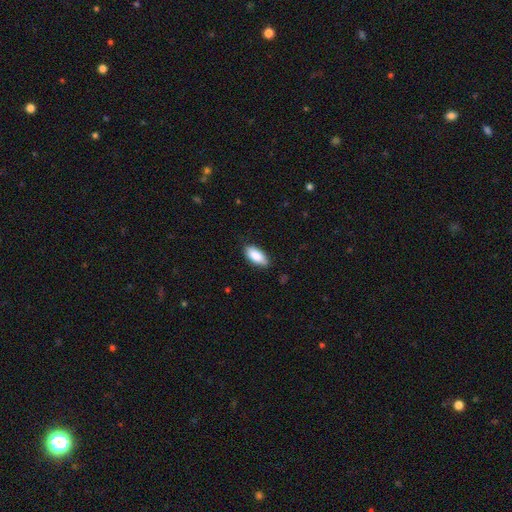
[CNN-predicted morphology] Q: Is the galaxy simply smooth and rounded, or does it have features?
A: smooth — 87%.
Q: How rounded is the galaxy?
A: in between — 89%.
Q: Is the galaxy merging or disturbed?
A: none — 81%.